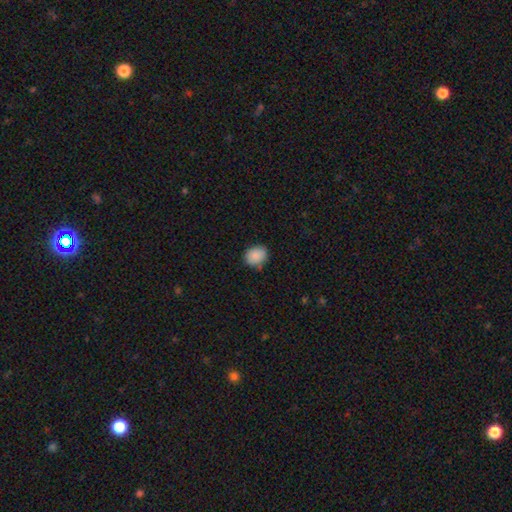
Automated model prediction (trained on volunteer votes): The model was most divided on "how rounded": round: 51%, in between: 48%, cigar-shaped: 1%. More confident: smooth or featured — smooth (88%); merging — none (79%).